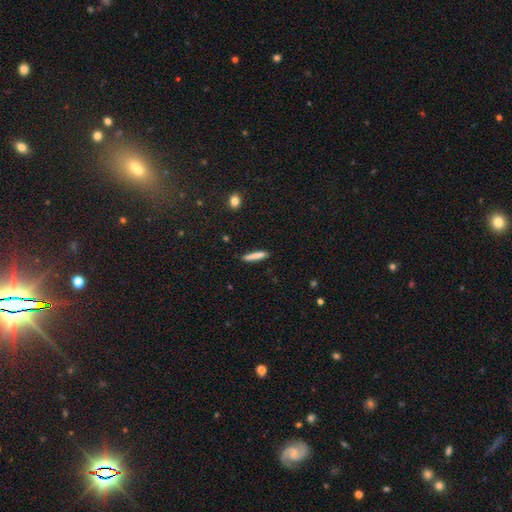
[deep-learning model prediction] Morphology: type=smooth (82%); roundness=cigar-shaped (89%); merging=none (87%).